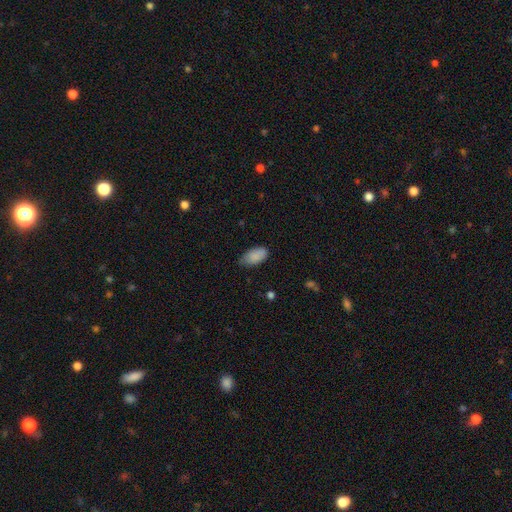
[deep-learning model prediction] Smooth or featured: smooth — 88% (star or artifact — 7%)
How rounded: in between — 94% (cigar-shaped — 3%)
Merging: none — 66% (minor disturbance — 28%)